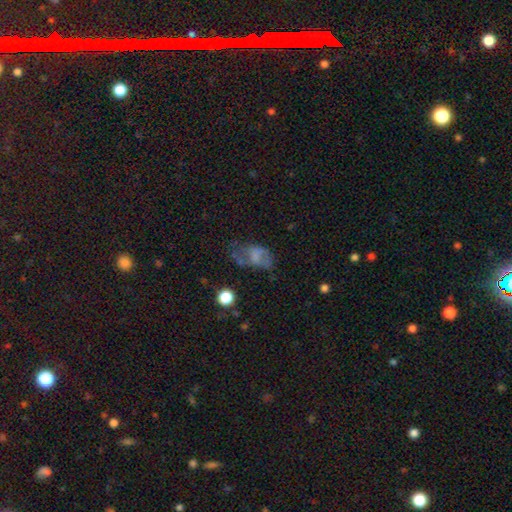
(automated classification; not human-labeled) This appears to be a smooth galaxy with no disk features (50%). Merging: none (38%).